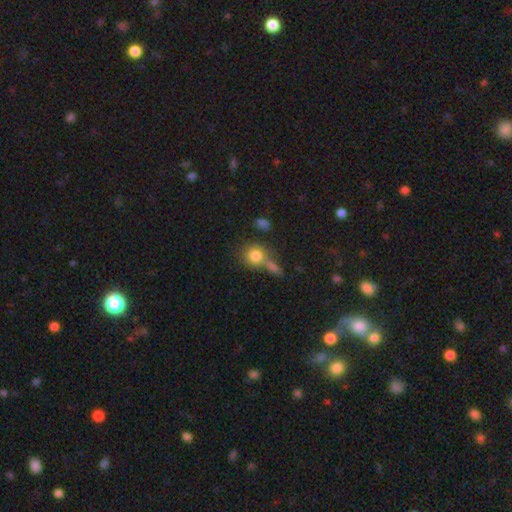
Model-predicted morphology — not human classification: Smooth or featured: smooth — 81% (featured or disk — 10%)
How rounded: round — 81% (in between — 18%)
Merging: none — 54% (merger — 29%)